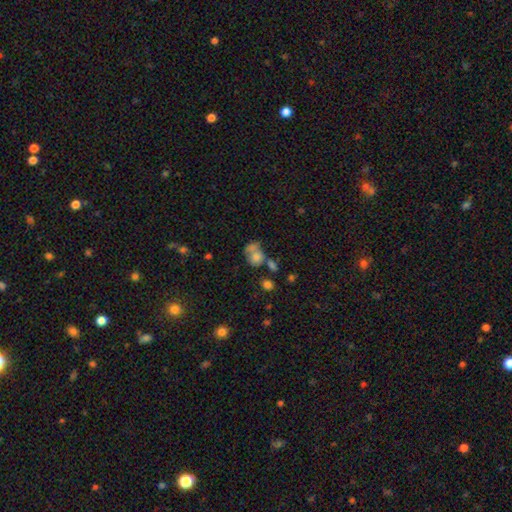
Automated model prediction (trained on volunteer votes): Morphology: type=smooth (68%); roundness=round (55%); merging=merger (43%).